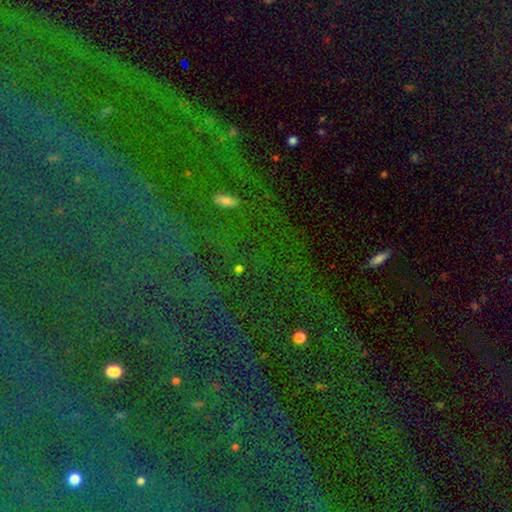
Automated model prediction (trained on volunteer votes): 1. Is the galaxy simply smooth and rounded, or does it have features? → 83% star or artifact, 9% featured or disk, 8% smooth.